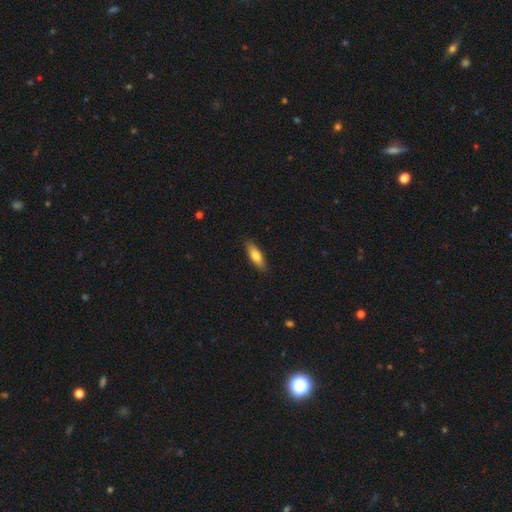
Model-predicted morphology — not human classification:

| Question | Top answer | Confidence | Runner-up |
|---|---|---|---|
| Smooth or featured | smooth | 75% | featured or disk (19%) |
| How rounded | in between | 59% | cigar-shaped (38%) |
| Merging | none | 87% | minor disturbance (10%) |